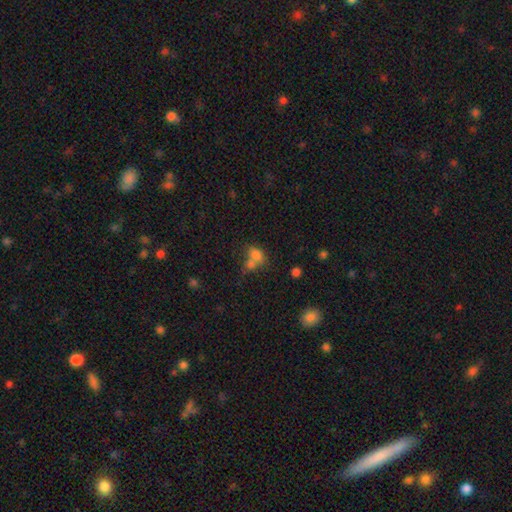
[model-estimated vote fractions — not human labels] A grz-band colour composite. It shows a smooth galaxy with no disk features (74%) that is in between round and cigar-shaped (68%). Merging: merger (53%).